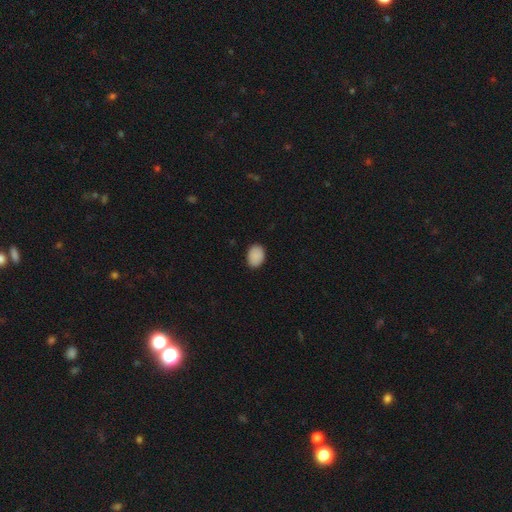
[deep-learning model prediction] Smooth or featured? smooth (89%)
How rounded? in between (78%)
Merging? none (88%)